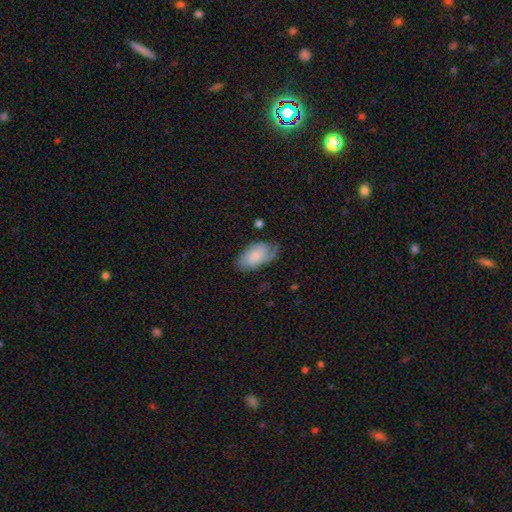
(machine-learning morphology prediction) Smooth or featured?
  - smooth: 65% *
  - featured or disk: 28%
  - star or artifact: 7%
How rounded?
  - in between: 94% *
  - round: 3%
  - cigar-shaped: 3%
Merging?
  - none: 59% *
  - minor disturbance: 28%
  - major disturbance: 11%
  - merger: 2%